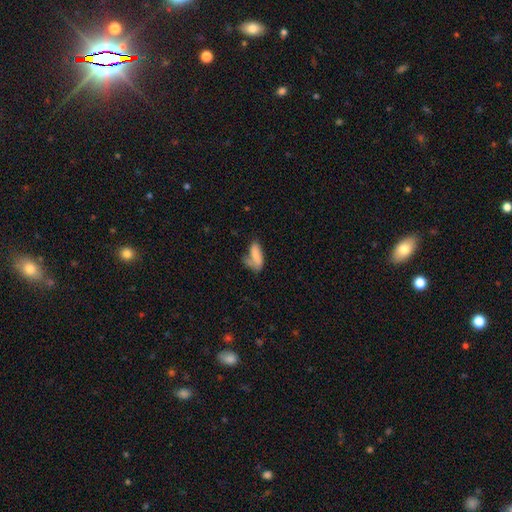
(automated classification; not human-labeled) Smooth or featured? Predicted: smooth (p=0.74). How rounded? Predicted: in between (p=0.78). Merging? Predicted: none (p=0.36).